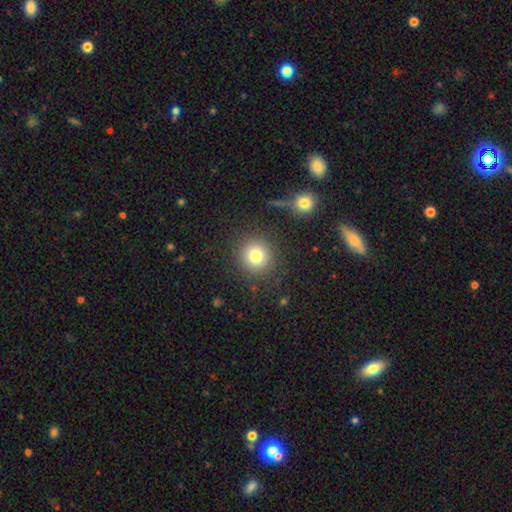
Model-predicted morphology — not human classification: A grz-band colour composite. It shows a smooth galaxy with no disk features (78%) that is round (92%). Merging: none (87%).